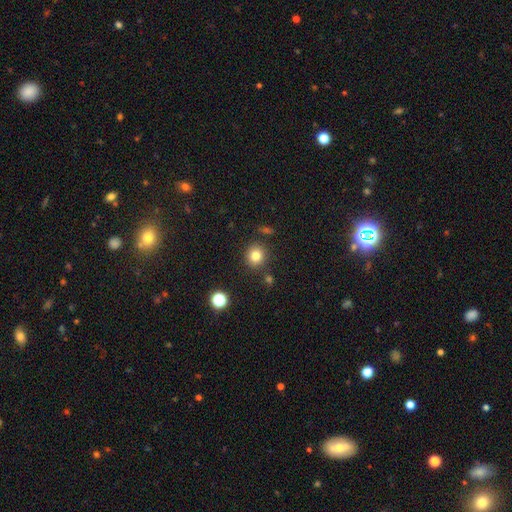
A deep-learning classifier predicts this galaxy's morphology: smooth-or-featured: smooth: 81% | star or artifact: 12% | featured or disk: 7%
  how-rounded: round: 89% | in between: 10% | cigar-shaped: 1%
  merging: none: 86% | minor disturbance: 8% | merger: 4% | major disturbance: 3%